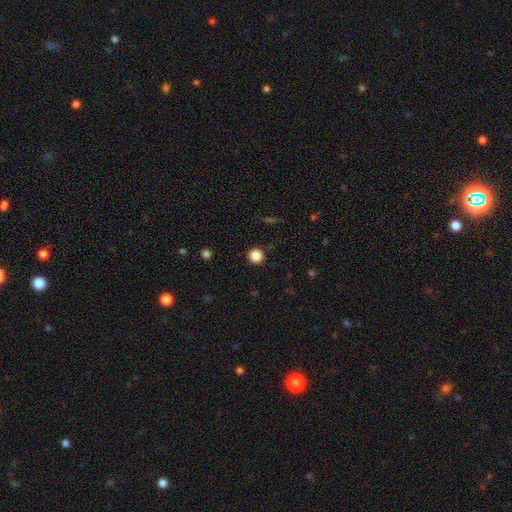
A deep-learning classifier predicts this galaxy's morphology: The model was most divided on "smooth or featured": smooth: 85%, star or artifact: 11%, featured or disk: 4%. More confident: how rounded — round (96%); merging — none (92%).